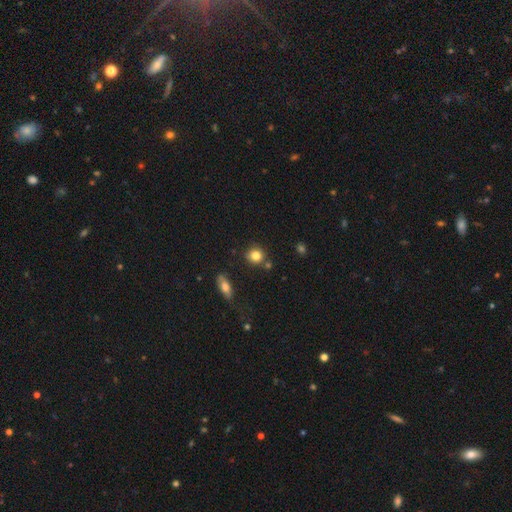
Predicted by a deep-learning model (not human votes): A smooth galaxy with no disk features (82%) that is round (84%). Merging: none (78%).